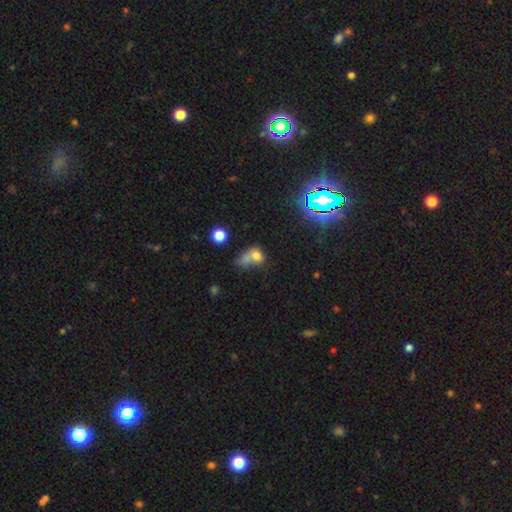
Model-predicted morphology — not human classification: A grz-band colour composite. It shows a smooth galaxy with no disk features (65%) that is in between round and cigar-shaped (51%). Merging: merger (46%).